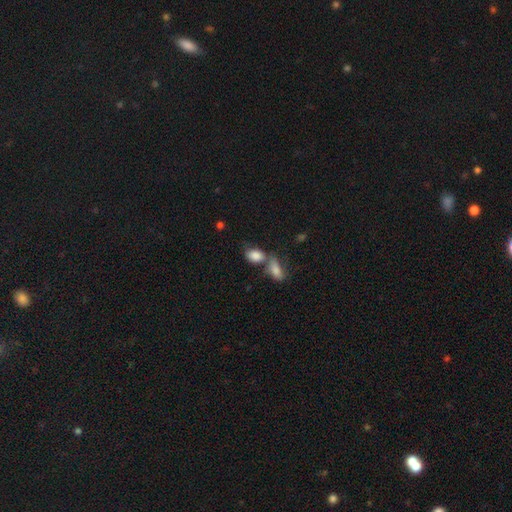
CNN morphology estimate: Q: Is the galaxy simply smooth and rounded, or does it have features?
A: smooth — 83%.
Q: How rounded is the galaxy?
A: in between — 85%.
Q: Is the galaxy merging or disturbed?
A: merger — 48%.